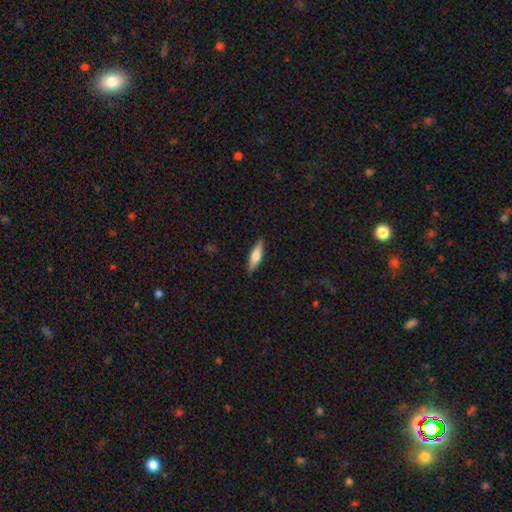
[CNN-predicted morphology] The model was most divided on "smooth or featured": smooth: 57%, featured or disk: 37%, star or artifact: 6%. More confident: merging — none (88%); how rounded — cigar-shaped (59%).